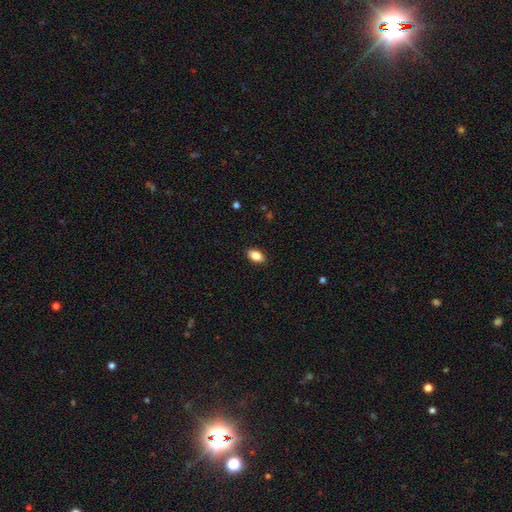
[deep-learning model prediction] smooth_or_featured: smooth (p=0.84) [alt: featured or disk p=0.08]
how_rounded: in between (p=0.90) [alt: round p=0.06]
merging: none (p=0.89) [alt: minor disturbance p=0.08]